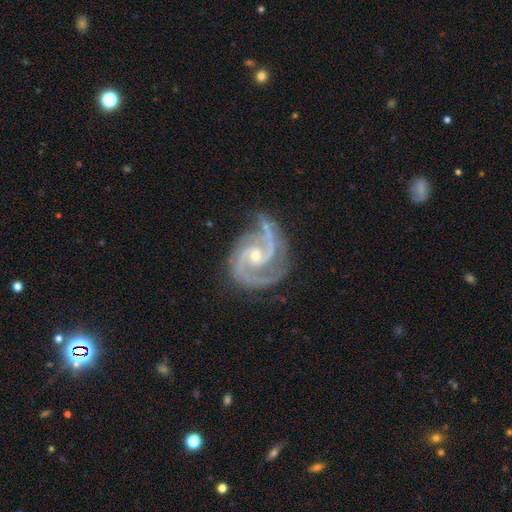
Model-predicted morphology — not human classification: The model was most divided on "spiral winding": medium: 56%, tight: 37%, loose: 7%. More confident: spiral arms — yes (99%); edge-on disk — no (98%); smooth or featured — featured or disk (93%); spiral arm count — 2 (71%); merging — none (69%); bulge size — small (63%); bar — no (55%).